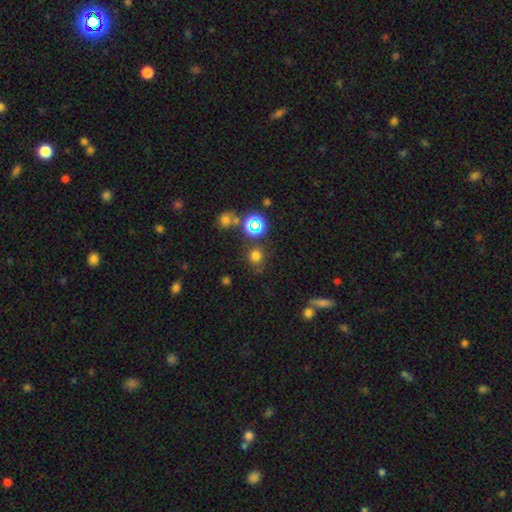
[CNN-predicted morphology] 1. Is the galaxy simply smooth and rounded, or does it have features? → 68% smooth, 26% star or artifact, 6% featured or disk.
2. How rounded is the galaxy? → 88% round, 11% in between, 1% cigar-shaped.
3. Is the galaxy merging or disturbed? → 76% none, 12% minor disturbance, 7% merger, 5% major disturbance.